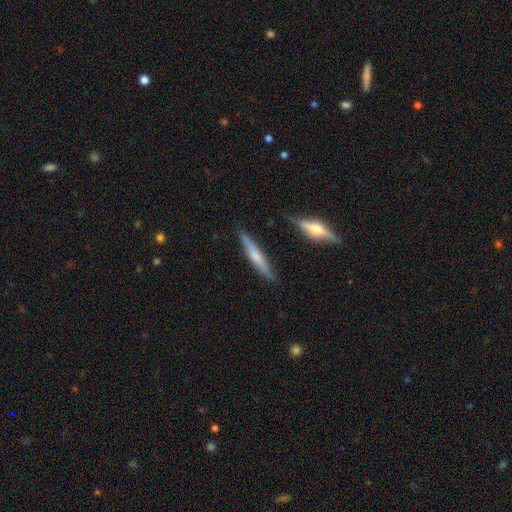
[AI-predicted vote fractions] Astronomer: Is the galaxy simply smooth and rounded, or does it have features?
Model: smooth — 48% (runner-up: featured or disk, 46%).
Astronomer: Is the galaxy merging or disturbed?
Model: none — 82%.